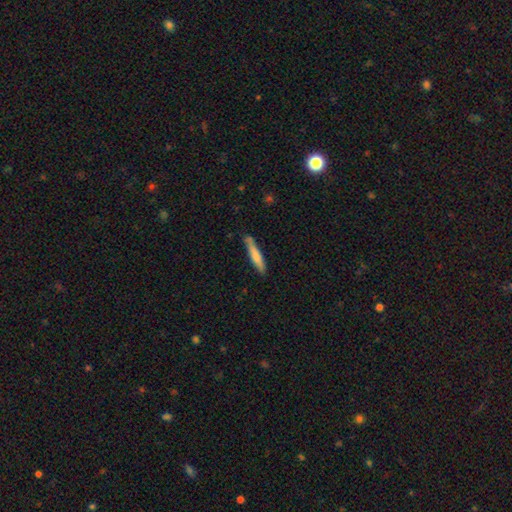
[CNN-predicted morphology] smooth-or-featured: smooth: 72% | featured or disk: 23% | star or artifact: 5%
  how-rounded: cigar-shaped: 91% | in between: 7% | round: 1%
  merging: none: 77% | minor disturbance: 17% | merger: 3% | major disturbance: 3%